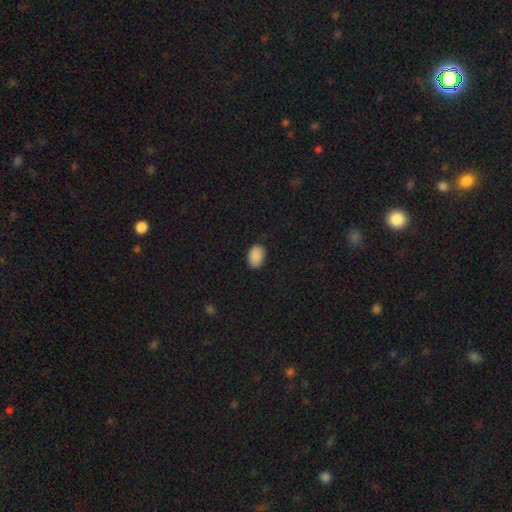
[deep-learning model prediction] smooth_or_featured: smooth (p=0.90) [alt: star or artifact p=0.08]
how_rounded: in between (p=0.85) [alt: round p=0.14]
merging: none (p=0.86) [alt: minor disturbance p=0.11]